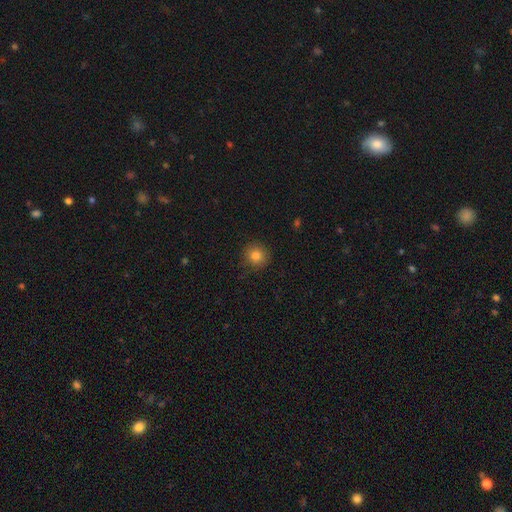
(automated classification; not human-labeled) smooth_or_featured: smooth (p=0.82) [alt: star or artifact p=0.12]
how_rounded: round (p=0.93) [alt: in between p=0.06]
merging: none (p=0.89) [alt: minor disturbance p=0.08]